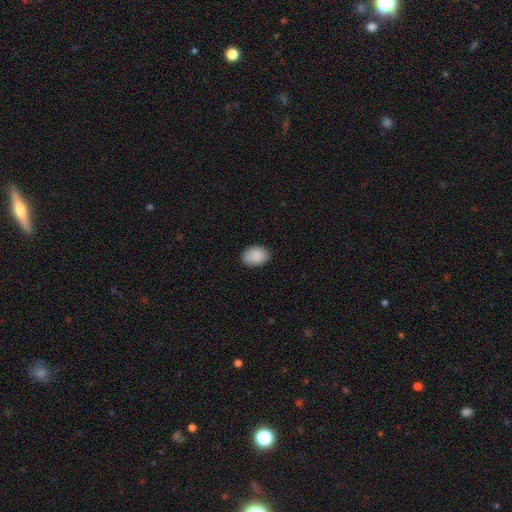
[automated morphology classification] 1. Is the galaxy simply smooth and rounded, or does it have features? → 90% smooth, 7% star or artifact, 4% featured or disk.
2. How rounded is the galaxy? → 79% in between, 20% round, 1% cigar-shaped.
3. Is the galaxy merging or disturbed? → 84% none, 13% minor disturbance, 2% major disturbance, 1% merger.